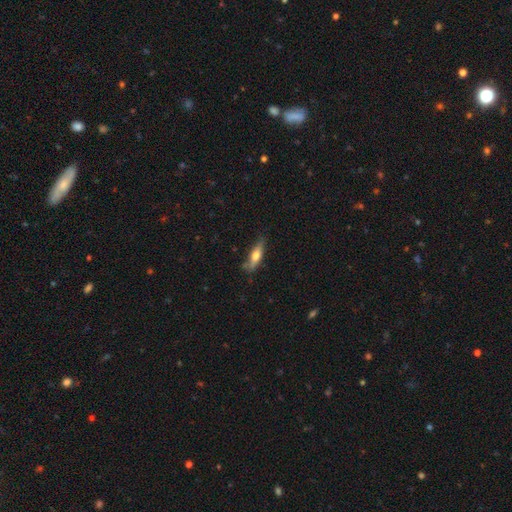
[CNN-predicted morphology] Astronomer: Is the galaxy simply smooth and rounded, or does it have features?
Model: smooth — 56% (runner-up: featured or disk, 37%).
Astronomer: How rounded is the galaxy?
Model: cigar-shaped — 64%.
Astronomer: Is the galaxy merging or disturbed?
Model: none — 70%.